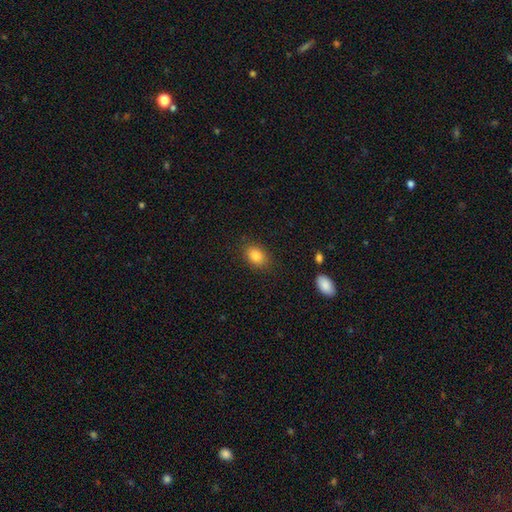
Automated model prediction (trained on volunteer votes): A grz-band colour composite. It shows a smooth galaxy with no disk features (85%) that is in between round and cigar-shaped (76%). Merging: none (85%).